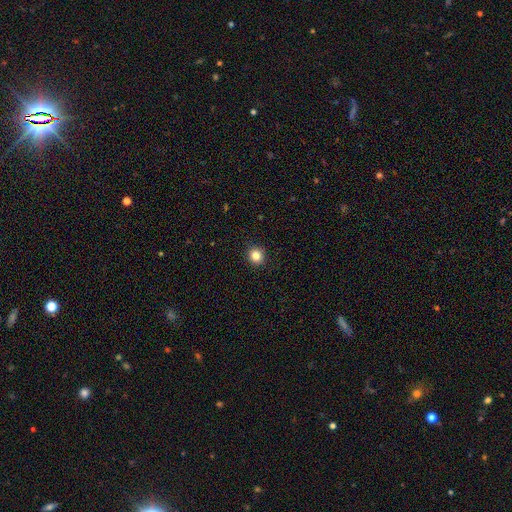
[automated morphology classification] This appears to be a smooth galaxy with no disk features (82%) that is round (88%). Merging: none (92%).